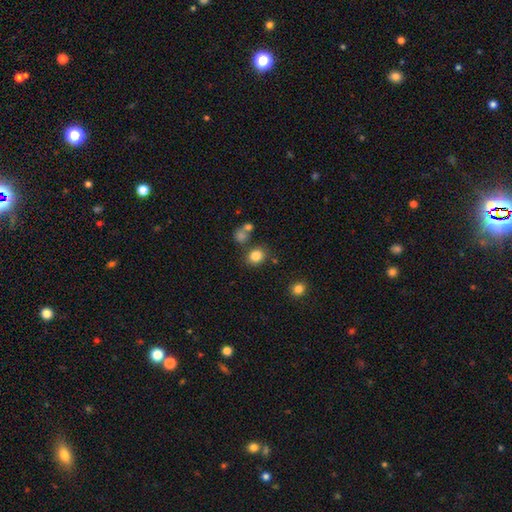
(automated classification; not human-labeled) Overall: smooth (82%). How rounded: round (72%). Merging: none (77%).